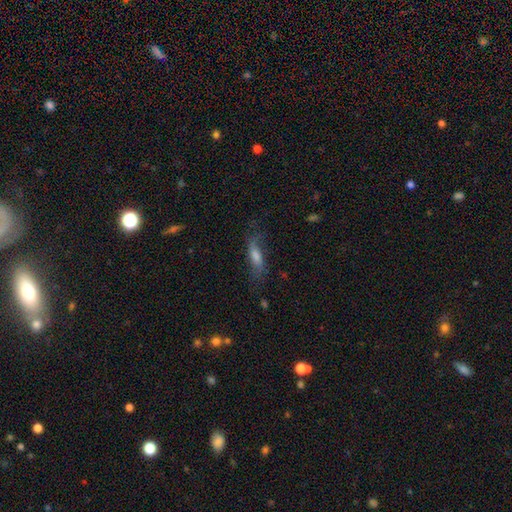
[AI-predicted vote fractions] Smooth or featured?
  - smooth: 48% *
  - featured or disk: 40%
  - star or artifact: 12%
Merging?
  - none: 63% *
  - minor disturbance: 22%
  - major disturbance: 13%
  - merger: 2%